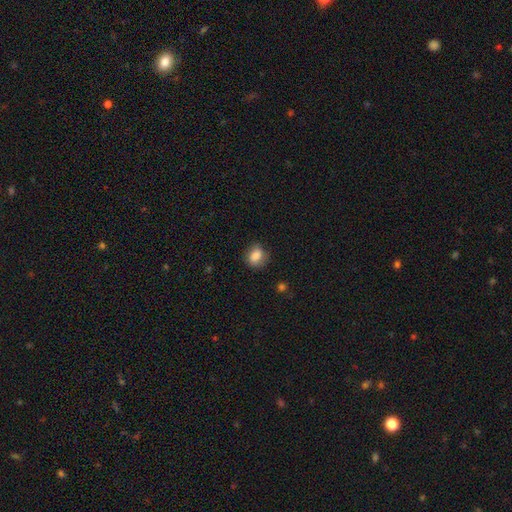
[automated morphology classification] type=smooth (84%); roundness=in between (52%); merging=none (72%).